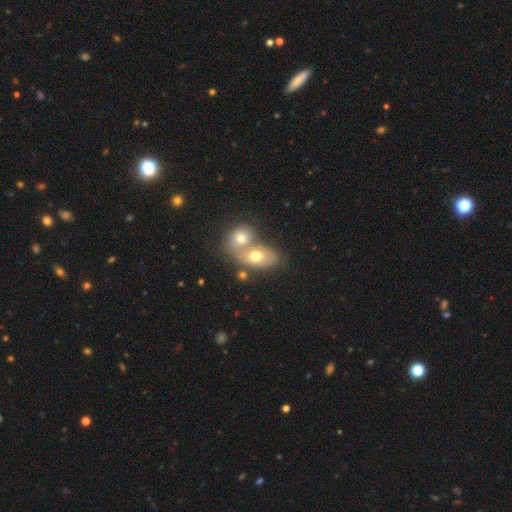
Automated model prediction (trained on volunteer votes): smooth_or_featured: smooth (p=0.63) [alt: featured or disk p=0.28]
how_rounded: in between (p=0.74) [alt: round p=0.24]
merging: merger (p=0.69) [alt: none p=0.20]